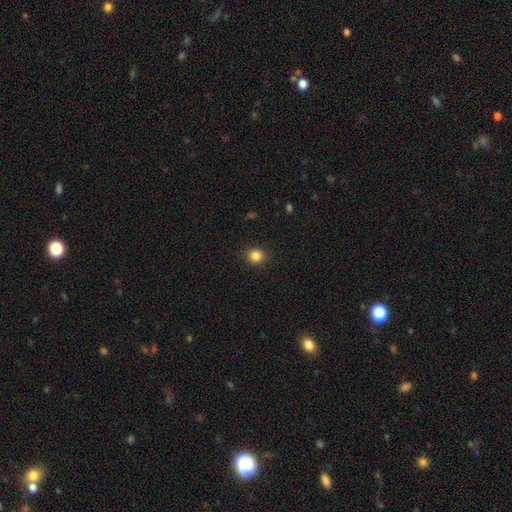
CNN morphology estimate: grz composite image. It shows a smooth galaxy with no disk features (84%) that is round (88%). Merging: none (91%).